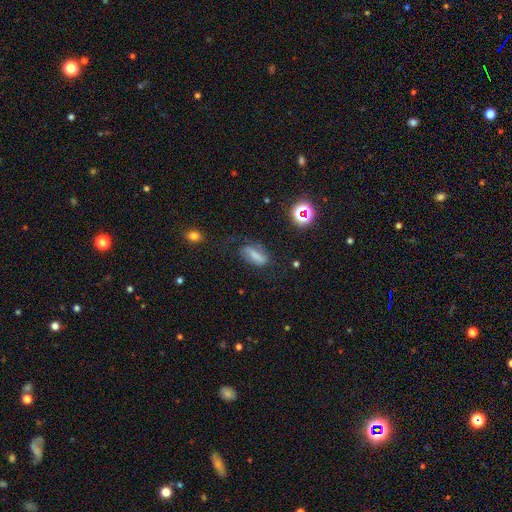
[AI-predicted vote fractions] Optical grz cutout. It shows a smooth galaxy with no disk features (59%) that is in between round and cigar-shaped (61%). Merging: none (61%).